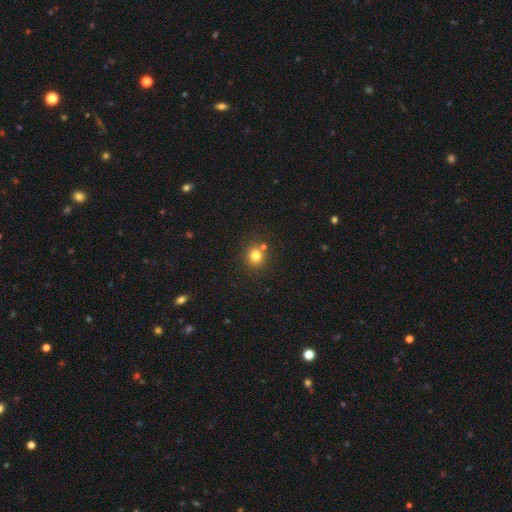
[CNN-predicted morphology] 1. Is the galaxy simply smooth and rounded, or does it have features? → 80% smooth, 13% star or artifact, 7% featured or disk.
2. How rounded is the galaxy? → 88% round, 12% in between, 1% cigar-shaped.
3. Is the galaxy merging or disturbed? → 74% none, 15% merger, 9% minor disturbance, 3% major disturbance.